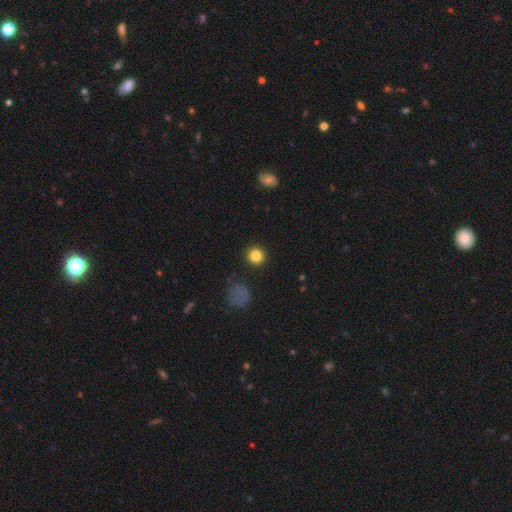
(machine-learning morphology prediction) This is clearly a smooth galaxy (83%). How rounded: clearly round (95%). Merging: clearly none (92%).